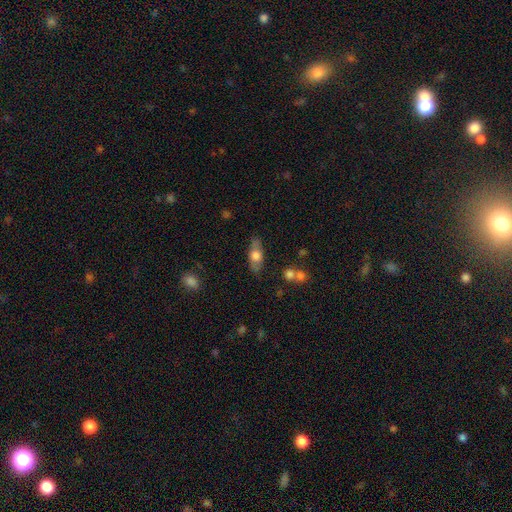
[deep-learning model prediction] Smooth or featured? smooth (59%)
How rounded? in between (73%)
Merging? none (75%)